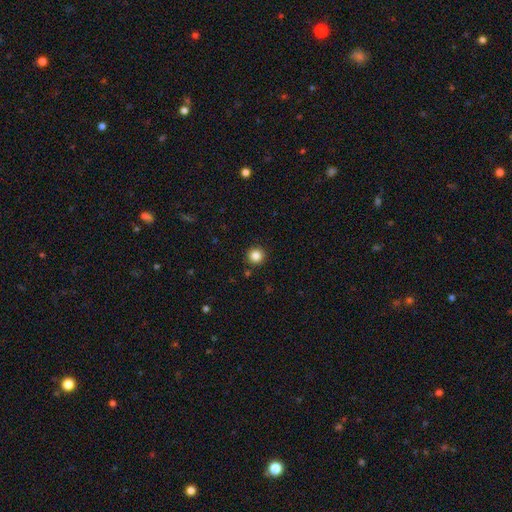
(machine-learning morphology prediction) A smooth galaxy with no disk features (84%) that is round (96%).

Vote fractions:
- Smooth or featured? smooth: 84% / star or artifact: 11% / featured or disk: 5%
- How rounded? round: 96% / in between: 4% / cigar-shaped: 1%
- Merging? none: 92% / minor disturbance: 5% / major disturbance: 2% / merger: 1%